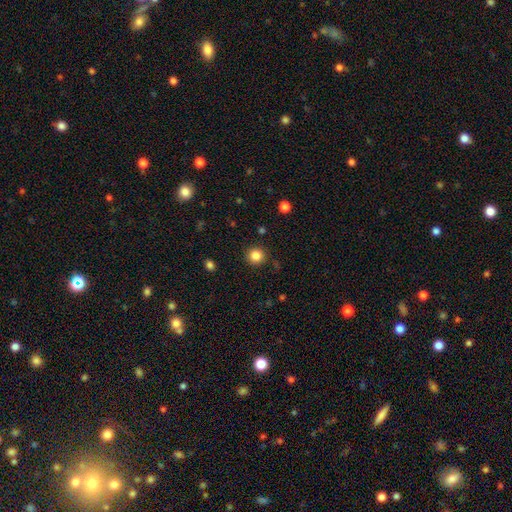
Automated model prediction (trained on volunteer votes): Smooth or featured? Predicted: smooth (p=0.84). How rounded? Predicted: round (p=0.94). Merging? Predicted: none (p=0.90).